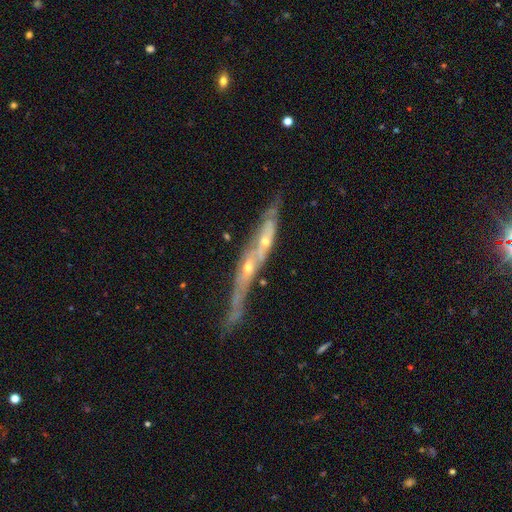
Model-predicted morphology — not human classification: This is likely a featured or disk galaxy (66%). It is clearly viewed edge-on (82%). Edge-on bulge: possibly rounded (47%). Merging: possibly none (53%).